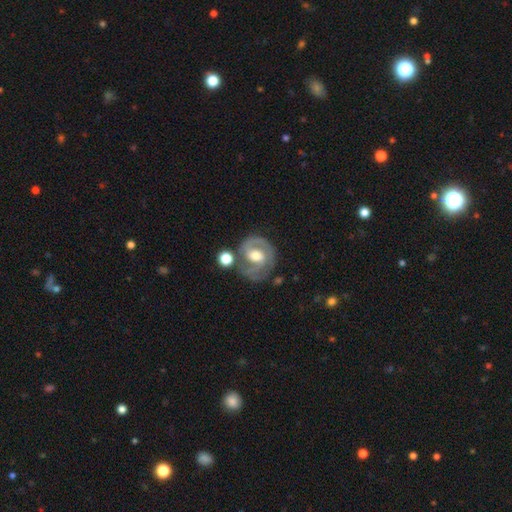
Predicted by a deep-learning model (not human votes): featured or disk 79%, smooth 16%, star or artifact 5%. Down the decision tree: edge-on disk — no (97%); bar — weak (44%); spiral arms — yes (88%); spiral arm count — 2 (71%); spiral winding — tight (51%); bulge size — moderate (67%); merging — none (63%).